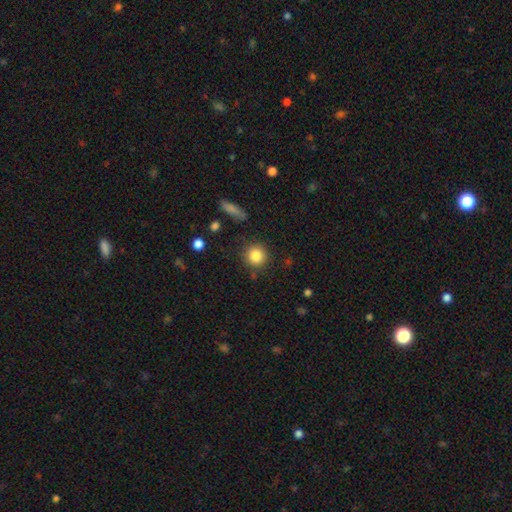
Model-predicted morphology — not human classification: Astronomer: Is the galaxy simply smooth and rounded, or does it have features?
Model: smooth — 85%.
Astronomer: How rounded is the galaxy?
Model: round — 91%.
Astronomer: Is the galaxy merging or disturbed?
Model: none — 85%.